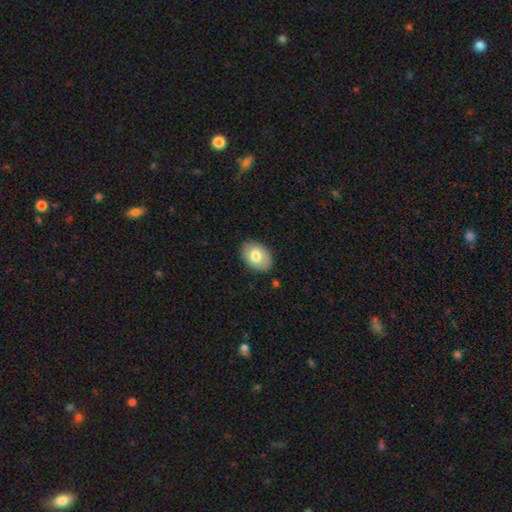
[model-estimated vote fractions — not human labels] smooth 73%, featured or disk 20%, star or artifact 7%. Down the decision tree: how rounded — in between (81%); merging — none (85%).